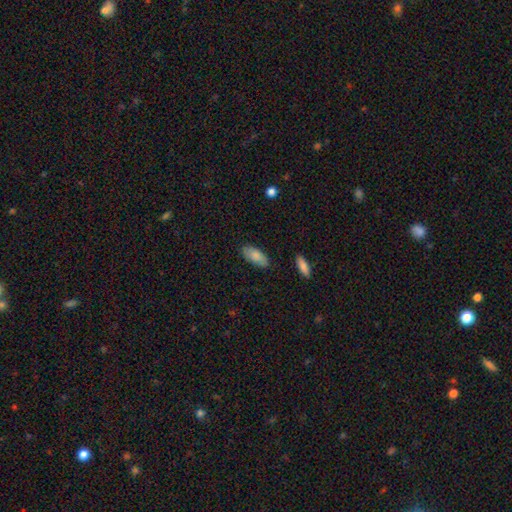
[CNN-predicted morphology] Smooth or featured? Predicted: smooth (p=0.82). How rounded? Predicted: in between (p=0.89). Merging? Predicted: none (p=0.83).